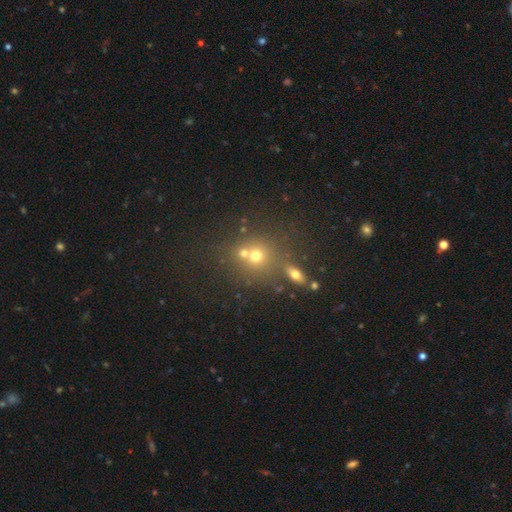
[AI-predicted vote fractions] Smooth or featured? smooth (65%)
How rounded? round (83%)
Merging? none (51%)